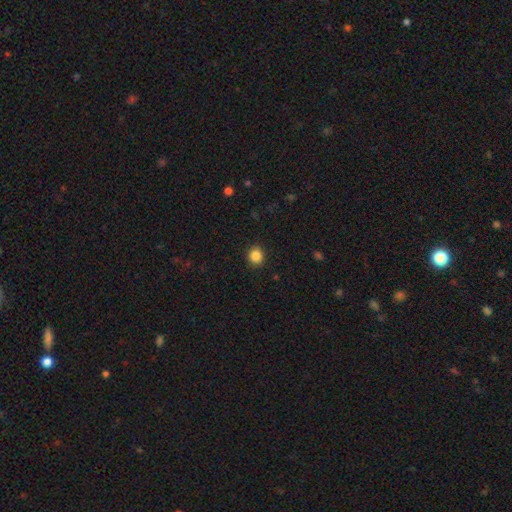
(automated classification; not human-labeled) Smooth or featured: smooth — 86% (star or artifact — 11%)
How rounded: round — 88% (in between — 11%)
Merging: none — 92% (minor disturbance — 5%)